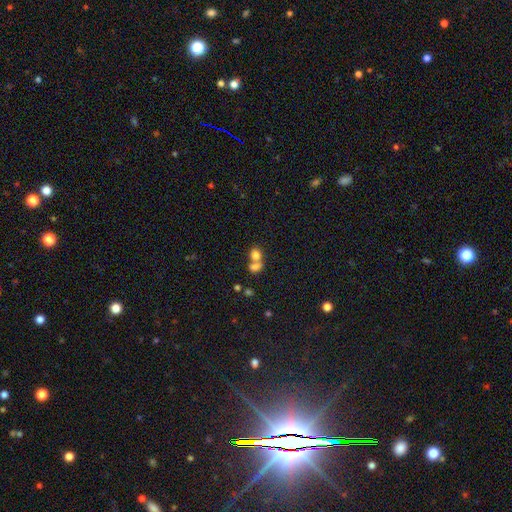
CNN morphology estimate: Smooth or featured?
  - smooth: 77% *
  - featured or disk: 12%
  - star or artifact: 11%
How rounded?
  - round: 55% *
  - in between: 44%
  - cigar-shaped: 1%
Merging?
  - merger: 64% *
  - none: 26%
  - minor disturbance: 6%
  - major disturbance: 4%